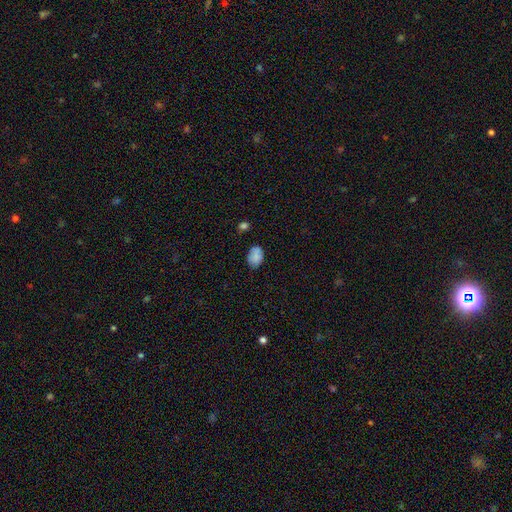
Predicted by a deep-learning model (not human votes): A smooth galaxy with no disk features (83%) that is in between round and cigar-shaped (78%). Merging: none (72%).